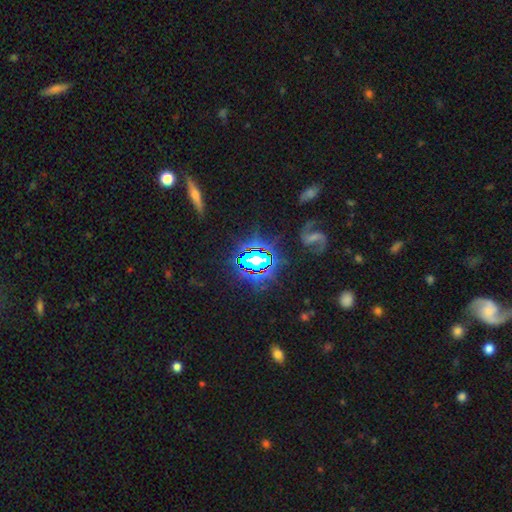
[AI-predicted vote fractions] Smooth or featured? star or artifact (59%)